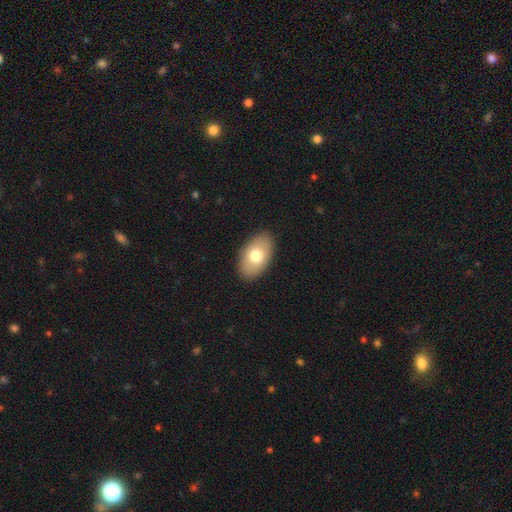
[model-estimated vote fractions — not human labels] The model was most divided on "smooth or featured": smooth: 73%, featured or disk: 20%, star or artifact: 7%. More confident: how rounded — in between (92%); merging — none (88%).